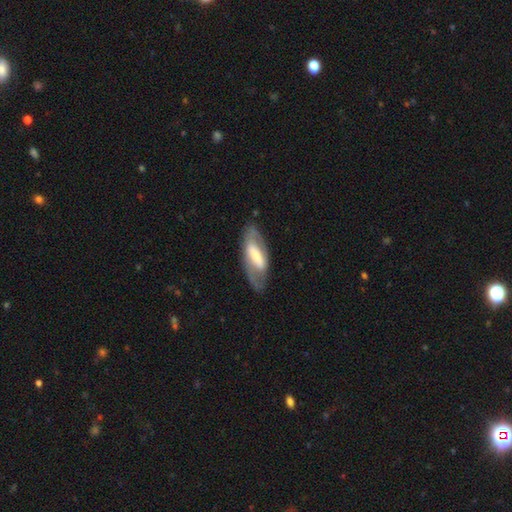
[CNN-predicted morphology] Q: Smooth or featured?
A: featured or disk (64%); runner-up: smooth (30%)
Q: Edge-on disk?
A: no (83%); runner-up: yes (17%)
Q: Bar?
A: strong (62%); runner-up: weak (24%)
Q: Spiral arms?
A: yes (58%); runner-up: no (42%)
Q: Bulge size?
A: moderate (40%); runner-up: small (35%)
Q: Merging?
A: none (75%); runner-up: minor disturbance (16%)